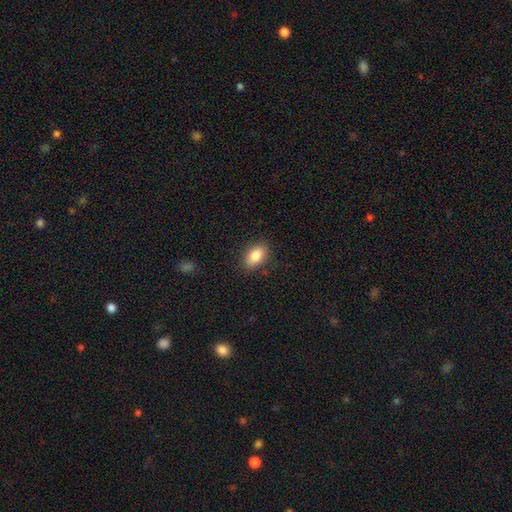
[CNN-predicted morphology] A smooth galaxy with no disk features (84%) that is in between round and cigar-shaped (88%). Merging: none (86%).